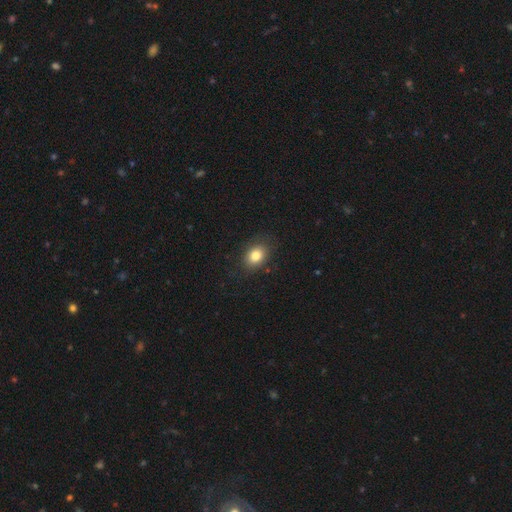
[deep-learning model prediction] This is clearly a smooth galaxy (81%). How rounded: likely in between (73%). Merging: clearly none (82%).